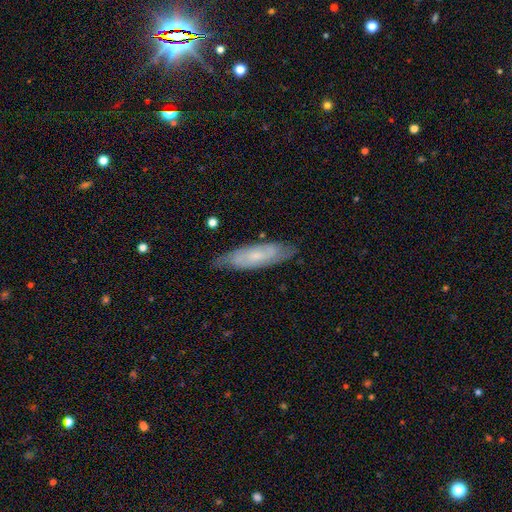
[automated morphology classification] Smooth or featured? featured or disk (56%)
Edge-on disk? no (72%)
Merging? none (77%)